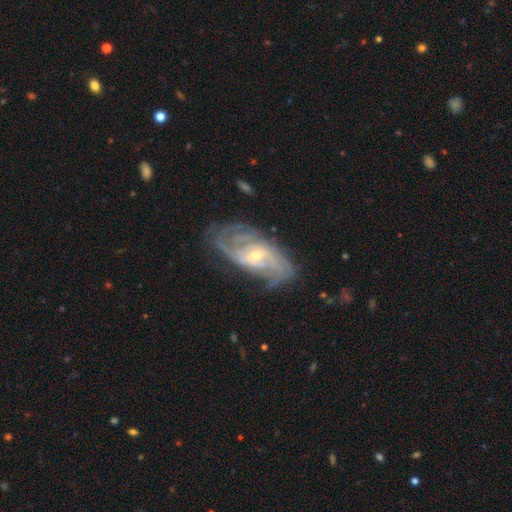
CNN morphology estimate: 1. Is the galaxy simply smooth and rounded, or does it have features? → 88% featured or disk, 7% smooth, 6% star or artifact.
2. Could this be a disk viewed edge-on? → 94% no, 6% yes.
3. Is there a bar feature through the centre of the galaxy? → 48% no, 40% weak, 13% strong.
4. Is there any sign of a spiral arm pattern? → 96% yes, 4% no.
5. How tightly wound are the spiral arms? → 56% tight, 35% medium, 9% loose.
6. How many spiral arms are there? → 30% can't tell, 24% 2, 19% 3, 15% 4, 7% more than 4, 5% 1.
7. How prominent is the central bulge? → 63% small, 34% moderate, 1% large, 1% none, 1% dominant.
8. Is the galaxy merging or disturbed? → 70% none, 19% minor disturbance, 8% major disturbance, 2% merger.